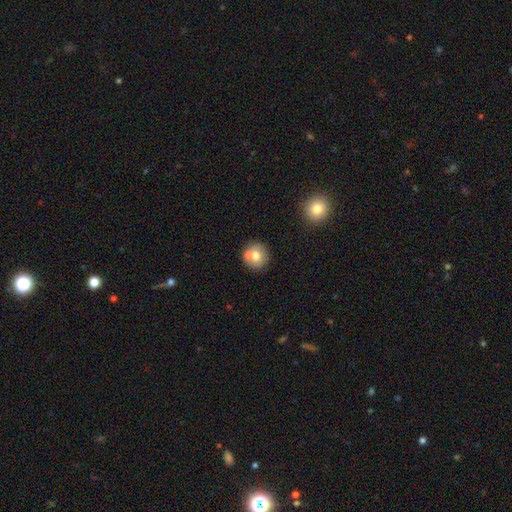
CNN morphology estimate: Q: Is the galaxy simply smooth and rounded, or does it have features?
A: smooth — 70%.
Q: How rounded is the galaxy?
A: round — 90%.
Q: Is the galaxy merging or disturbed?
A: none — 64%.